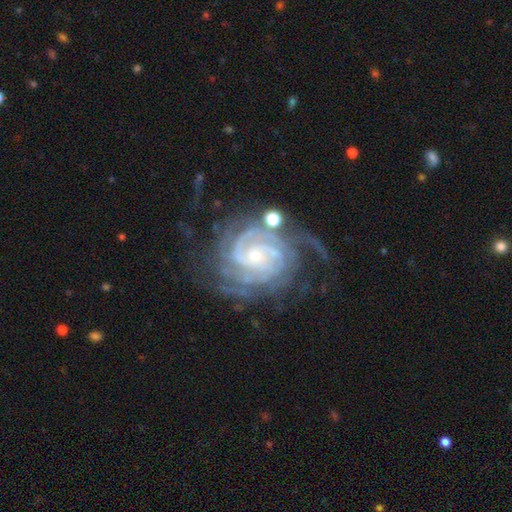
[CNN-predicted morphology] type=featured or disk (92%); edge-on=no (98%); bar=no (65%); spiral arms=yes (98%); winding=tight (74%); arm count=2 (23%); bulge=small (73%); merging=none (59%).